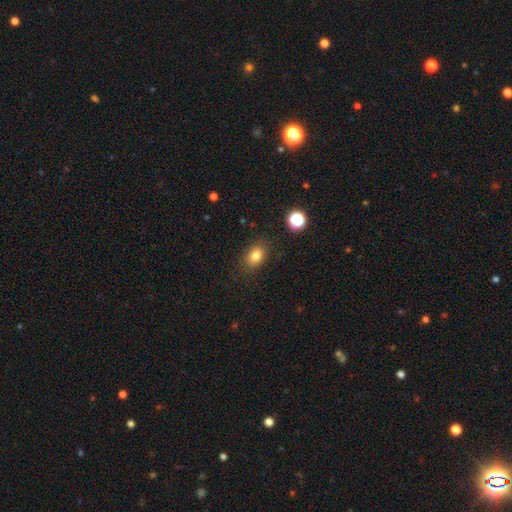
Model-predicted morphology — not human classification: Smooth or featured: smooth — 81% (star or artifact — 11%)
How rounded: in between — 74% (round — 25%)
Merging: none — 84% (minor disturbance — 11%)